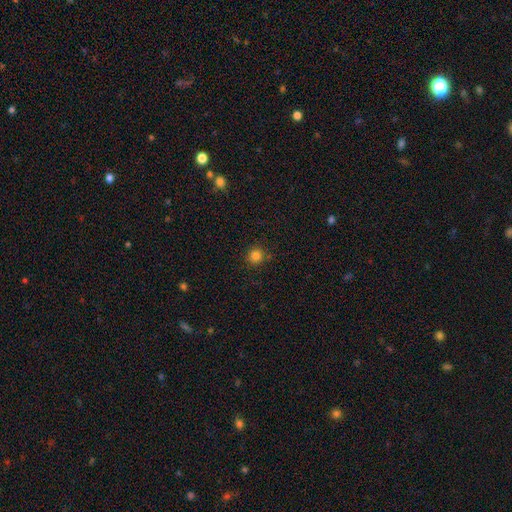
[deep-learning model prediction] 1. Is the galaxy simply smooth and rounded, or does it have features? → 82% smooth, 13% star or artifact, 4% featured or disk.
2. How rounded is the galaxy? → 93% round, 6% in between, 1% cigar-shaped.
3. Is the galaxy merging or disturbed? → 87% none, 8% minor disturbance, 2% major disturbance, 2% merger.